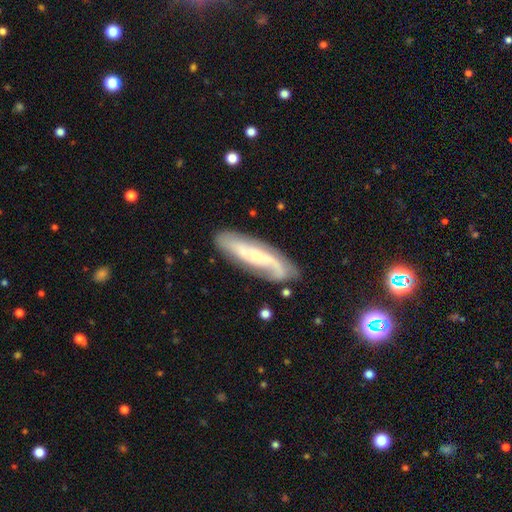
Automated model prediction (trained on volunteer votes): Smooth or featured? Predicted: featured or disk (p=0.74). Edge-on disk? Predicted: no (p=0.82). Bar? Predicted: no (p=0.55). Spiral arms? Predicted: yes (p=0.90). Spiral winding? Predicted: medium (p=0.39). Spiral arm count? Predicted: 2 (p=0.58). Bulge size? Predicted: small (p=0.69). Merging? Predicted: none (p=0.72).